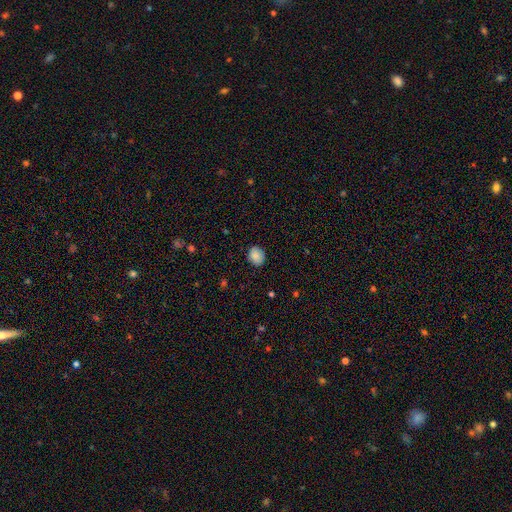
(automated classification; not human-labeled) This is clearly a smooth galaxy (86%). How rounded: likely round (63%). Merging: clearly none (85%).